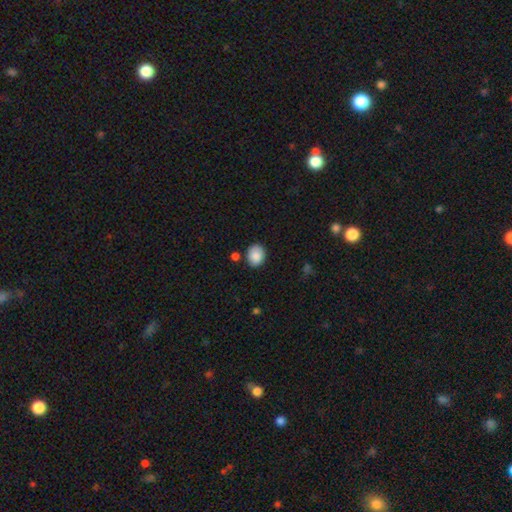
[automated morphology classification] This appears to be a smooth galaxy with no disk features (88%) that is in between round and cigar-shaped (55%). Merging: none (80%).